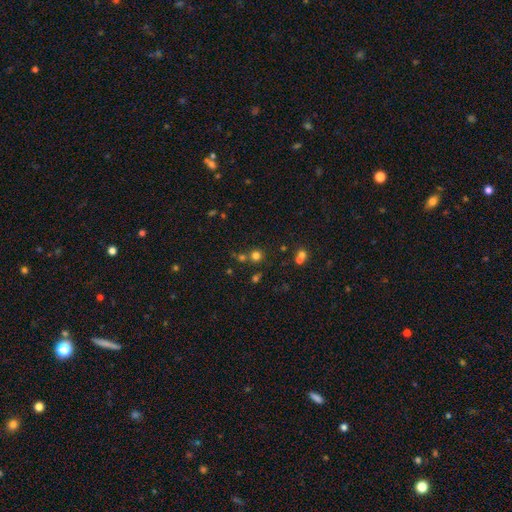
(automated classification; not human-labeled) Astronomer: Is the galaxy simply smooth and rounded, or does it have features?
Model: smooth — 70%.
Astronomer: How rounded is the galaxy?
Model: round — 92%.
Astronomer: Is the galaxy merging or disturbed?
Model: none — 72%.